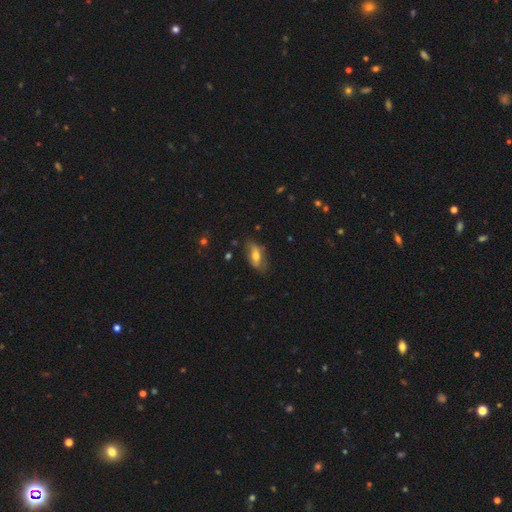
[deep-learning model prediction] Smooth or featured: smooth — 54% (featured or disk — 39%)
How rounded: in between — 81% (cigar-shaped — 14%)
Merging: none — 64% (minor disturbance — 25%)